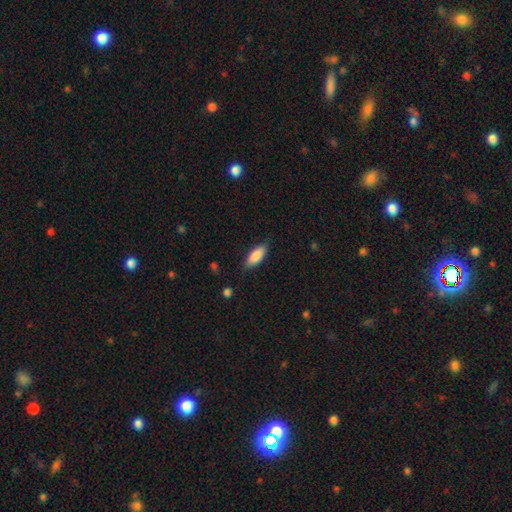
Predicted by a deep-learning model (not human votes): A smooth galaxy with no disk features (83%) that is in between round and cigar-shaped (75%).

Vote fractions:
- Smooth or featured? smooth: 83% / featured or disk: 11% / star or artifact: 6%
- How rounded? in between: 75% / cigar-shaped: 23% / round: 2%
- Merging? none: 80% / minor disturbance: 16% / major disturbance: 3% / merger: 1%